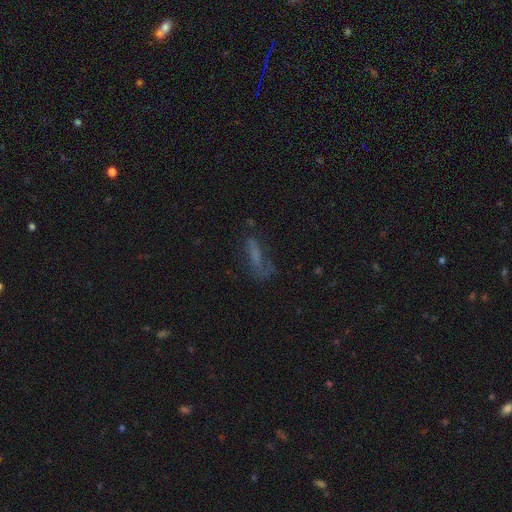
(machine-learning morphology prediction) Overall: smooth (47%; featured or disk 34%). Merging: none (47%; major disturbance 26%).